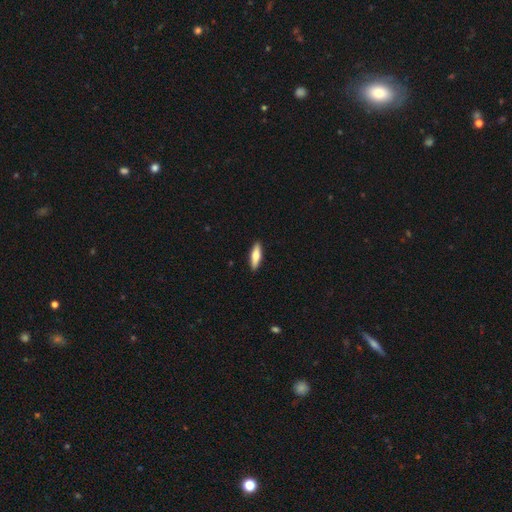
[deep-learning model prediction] Smooth or featured?
  - smooth: 67% *
  - featured or disk: 28%
  - star or artifact: 5%
How rounded?
  - cigar-shaped: 60% *
  - in between: 38%
  - round: 2%
Merging?
  - none: 91% *
  - minor disturbance: 7%
  - major disturbance: 1%
  - merger: 1%